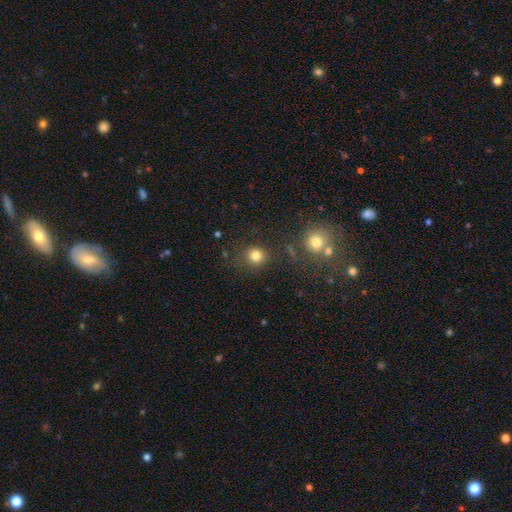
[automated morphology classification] Smooth or featured?
  - smooth: 81% *
  - star or artifact: 14%
  - featured or disk: 5%
How rounded?
  - round: 89% *
  - in between: 10%
  - cigar-shaped: 1%
Merging?
  - none: 80% *
  - minor disturbance: 10%
  - merger: 5%
  - major disturbance: 5%